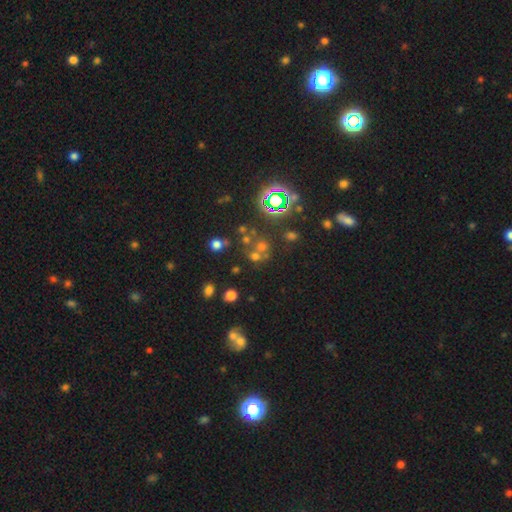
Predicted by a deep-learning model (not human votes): The model was most divided on "smooth or featured": smooth: 49%, star or artifact: 35%, featured or disk: 16%. More confident: merging — none (51%).